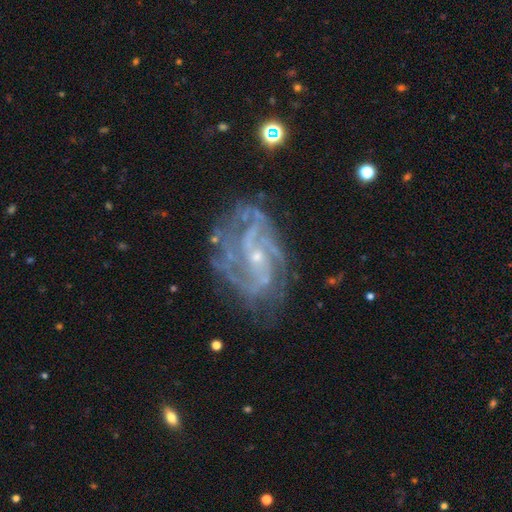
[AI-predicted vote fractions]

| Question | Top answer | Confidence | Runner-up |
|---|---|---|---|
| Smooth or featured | featured or disk | 88% | star or artifact (7%) |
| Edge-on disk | no | 97% | yes (3%) |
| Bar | no | 50% | weak (38%) |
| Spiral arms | yes | 95% | no (5%) |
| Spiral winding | medium | 46% | tight (41%) |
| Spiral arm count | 2 | 37% | can't tell (22%) |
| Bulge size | small | 78% | moderate (17%) |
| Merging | none | 68% | minor disturbance (19%) |